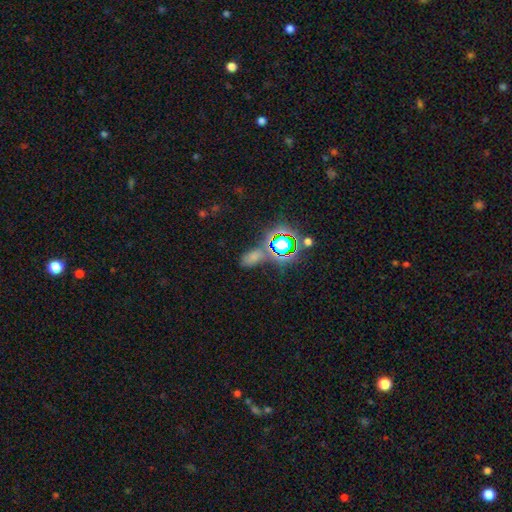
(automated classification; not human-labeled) A smooth galaxy with no disk features (48%). Merging: none (63%).